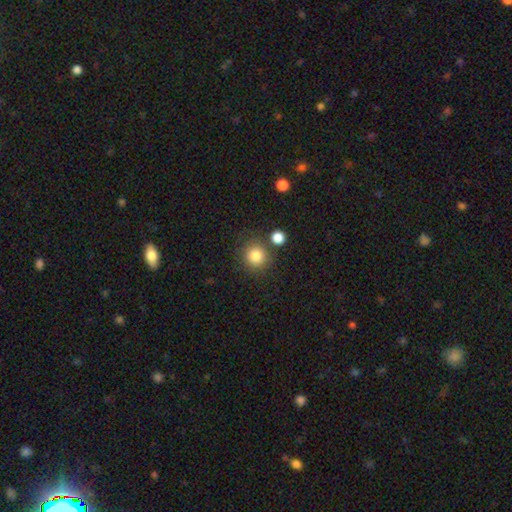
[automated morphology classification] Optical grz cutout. It shows a smooth galaxy with no disk features (84%) that is round (91%). Merging: none (79%).